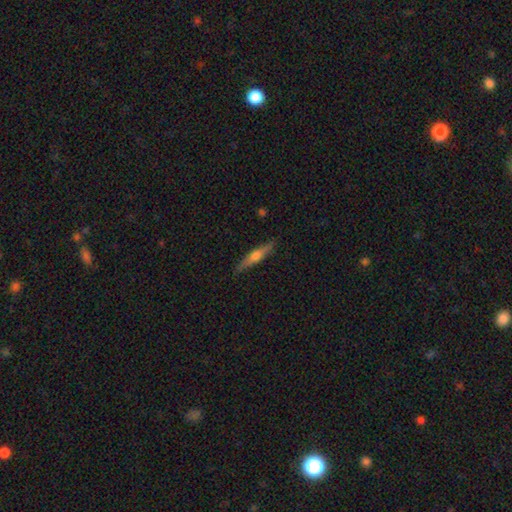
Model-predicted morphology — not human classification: smooth_or_featured: featured or disk (p=0.56) [alt: smooth p=0.38]
disk_edge_on: yes (p=0.96) [alt: no p=0.04]
edge_on_bulge: rounded (p=0.88) [alt: none p=0.07]
merging: none (p=0.86) [alt: minor disturbance p=0.11]